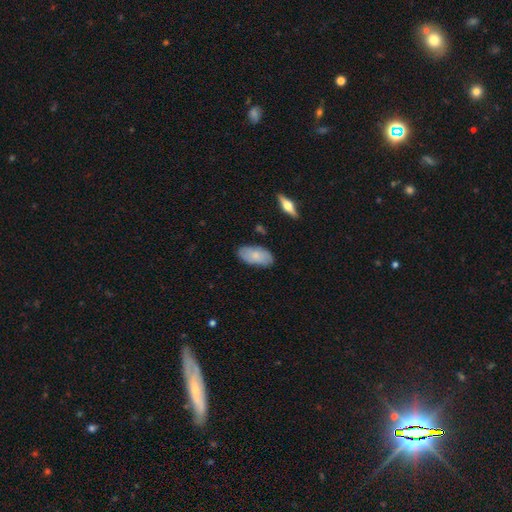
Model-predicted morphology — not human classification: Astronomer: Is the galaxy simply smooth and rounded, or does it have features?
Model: smooth — 71%.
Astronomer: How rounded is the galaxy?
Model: in between — 93%.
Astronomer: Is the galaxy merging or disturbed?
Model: none — 80%.